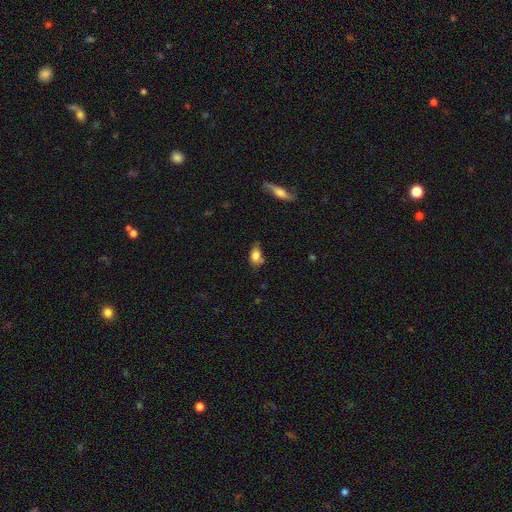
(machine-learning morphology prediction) Smooth or featured? Predicted: smooth (p=0.80). How rounded? Predicted: in between (p=0.83). Merging? Predicted: none (p=0.48).